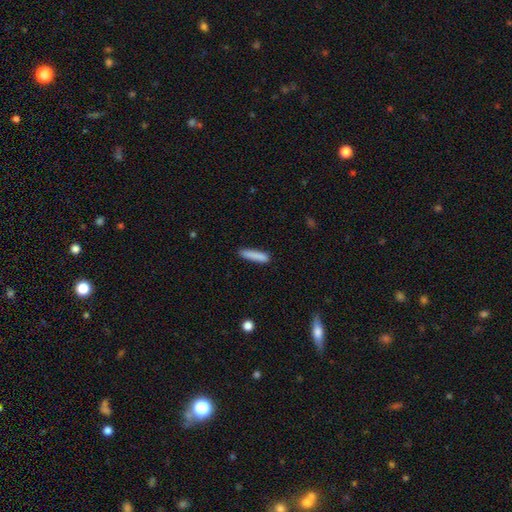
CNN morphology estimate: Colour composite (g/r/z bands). It shows a smooth galaxy with no disk features (86%) that is cigar-shaped (86%). Merging: none (85%).